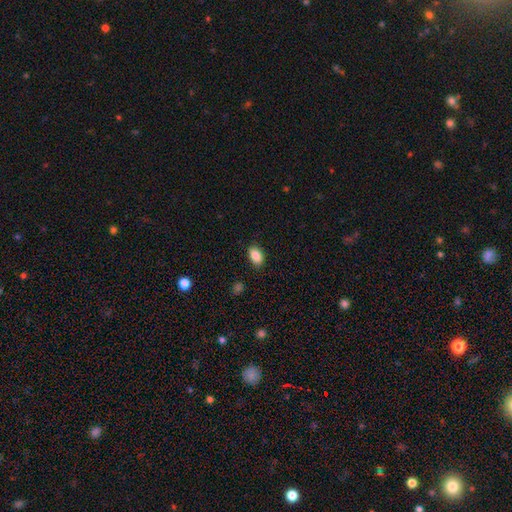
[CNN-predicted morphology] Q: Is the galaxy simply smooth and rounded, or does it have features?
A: smooth — 88%.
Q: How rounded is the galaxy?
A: in between — 89%.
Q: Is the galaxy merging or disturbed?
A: none — 87%.